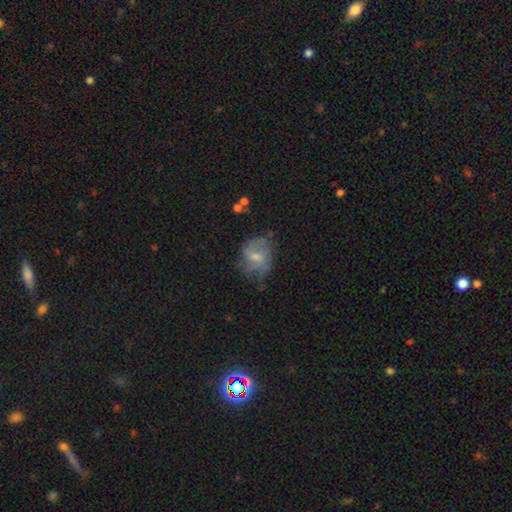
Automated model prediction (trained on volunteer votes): Morphology: type=featured or disk (49%); merging=none (48%).